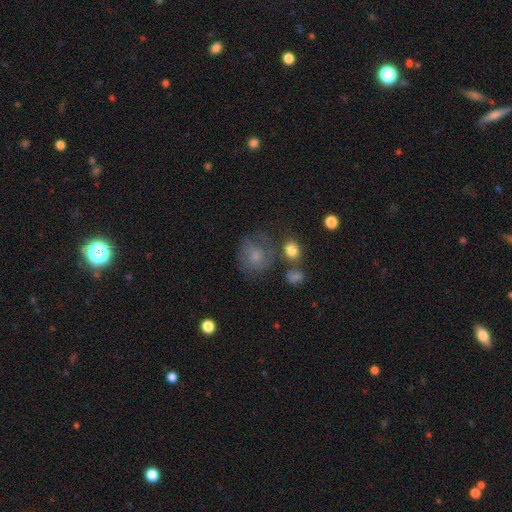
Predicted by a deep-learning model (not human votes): Q: Smooth or featured?
A: smooth (58%); runner-up: featured or disk (30%)
Q: How rounded?
A: round (76%); runner-up: in between (23%)
Q: Merging?
A: none (53%); runner-up: minor disturbance (22%)